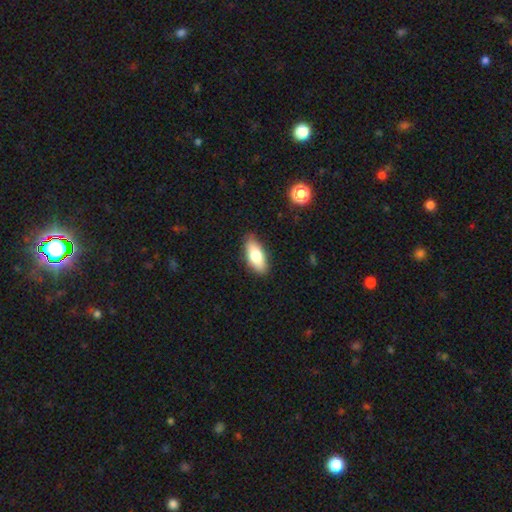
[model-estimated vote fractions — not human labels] smooth_or_featured: smooth (p=0.77) [alt: featured or disk p=0.17]
how_rounded: in between (p=0.80) [alt: cigar-shaped p=0.18]
merging: none (p=0.87) [alt: minor disturbance p=0.10]